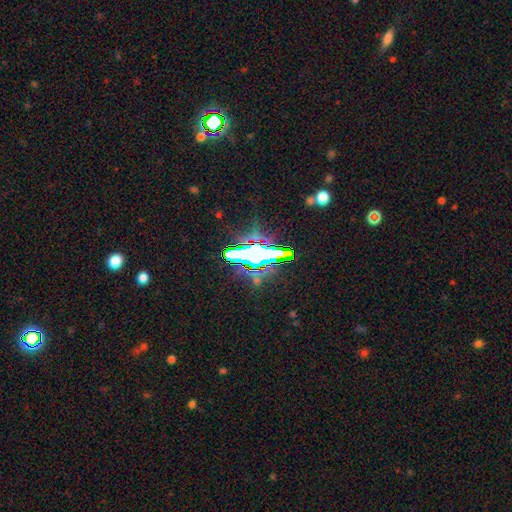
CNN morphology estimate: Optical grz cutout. It shows a star or artifact, not a galaxy (64%).